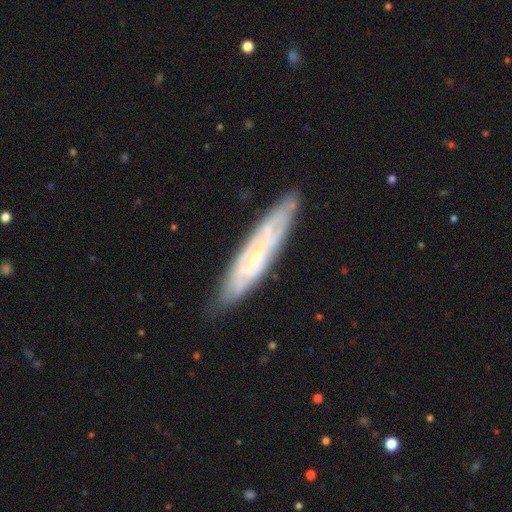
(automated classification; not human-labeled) A featured or disk galaxy (68%).

Vote fractions:
- Smooth or featured? featured or disk: 68% / smooth: 25% / star or artifact: 7%
- Edge-on disk? no: 57% / yes: 43%
- Merging? none: 82% / minor disturbance: 14% / major disturbance: 3% / merger: 2%